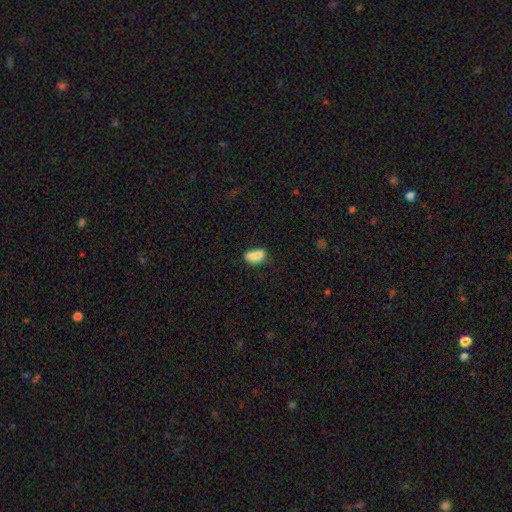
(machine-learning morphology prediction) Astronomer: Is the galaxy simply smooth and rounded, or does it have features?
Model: smooth — 80%.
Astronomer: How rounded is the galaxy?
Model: in between — 86%.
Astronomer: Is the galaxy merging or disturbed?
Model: none — 46% (runner-up: minor disturbance, 29%).